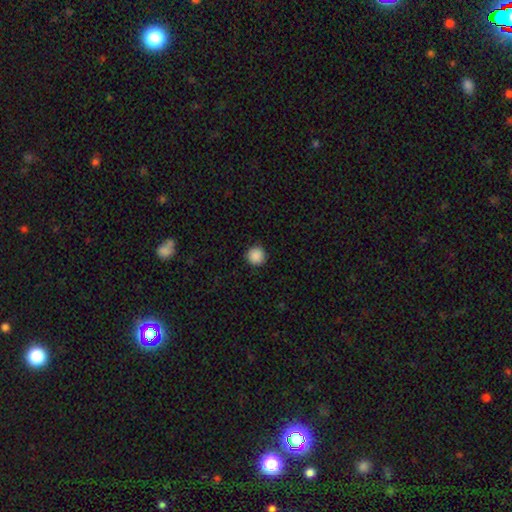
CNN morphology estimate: This appears to be a smooth galaxy with no disk features (89%) that is round (96%). Merging: none (92%).